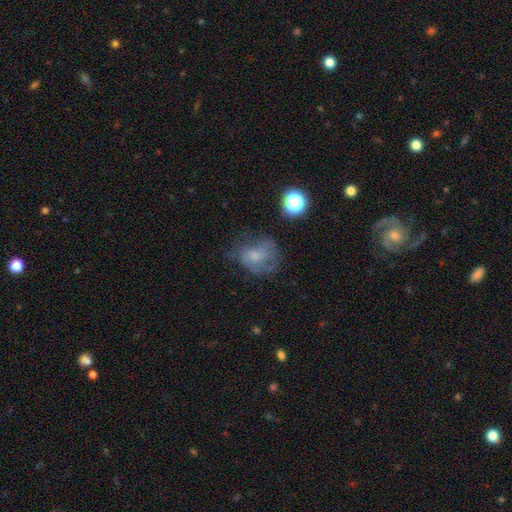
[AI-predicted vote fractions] smooth_or_featured: smooth (p=0.52) [alt: featured or disk p=0.34]
how_rounded: round (p=0.53) [alt: in between p=0.46]
merging: none (p=0.39) [alt: major disturbance p=0.31]